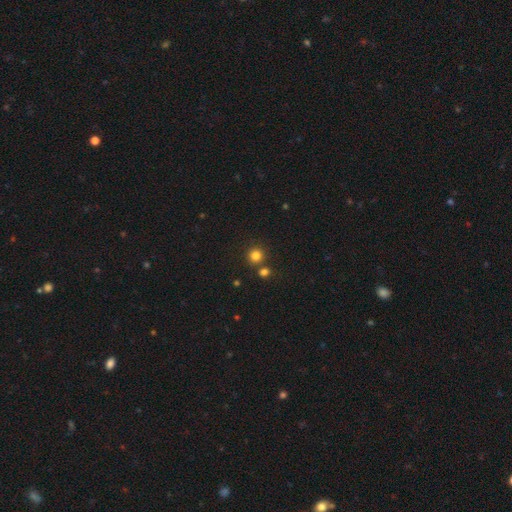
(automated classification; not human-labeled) Overall: smooth (81%). How rounded: round (92%). Merging: none (77%).